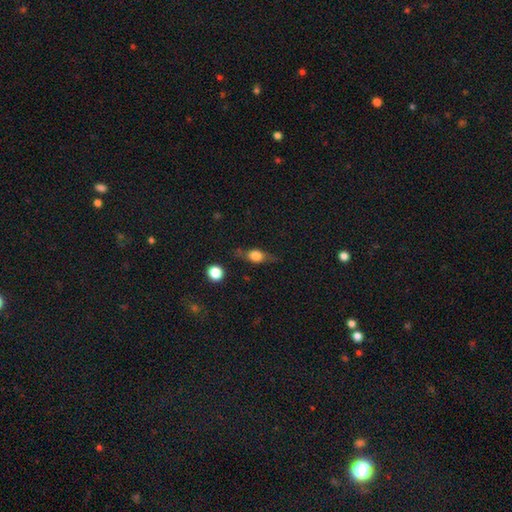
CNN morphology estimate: smooth_or_featured: smooth (p=0.60) [alt: featured or disk p=0.29]
how_rounded: in between (p=0.55) [alt: round p=0.29]
merging: none (p=0.64) [alt: minor disturbance p=0.23]